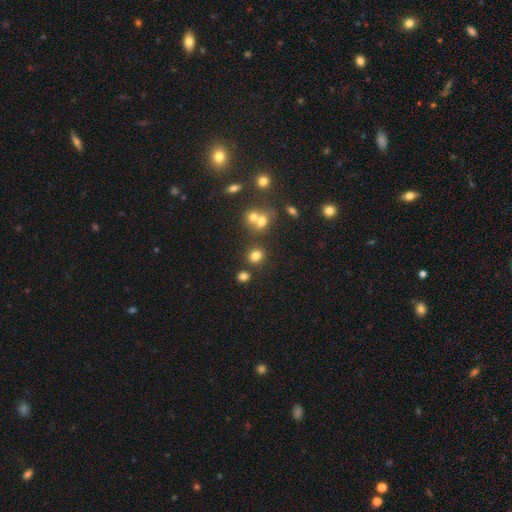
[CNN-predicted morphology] A smooth galaxy with no disk features (77%) that is round (73%). Merging: none (72%).